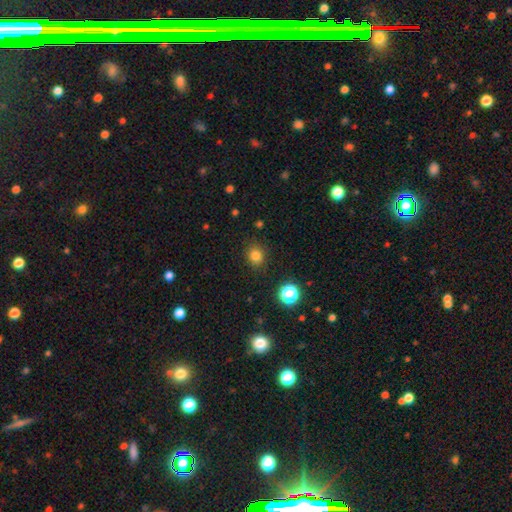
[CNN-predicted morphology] Smooth or featured? smooth (81%)
How rounded? round (81%)
Merging? none (86%)